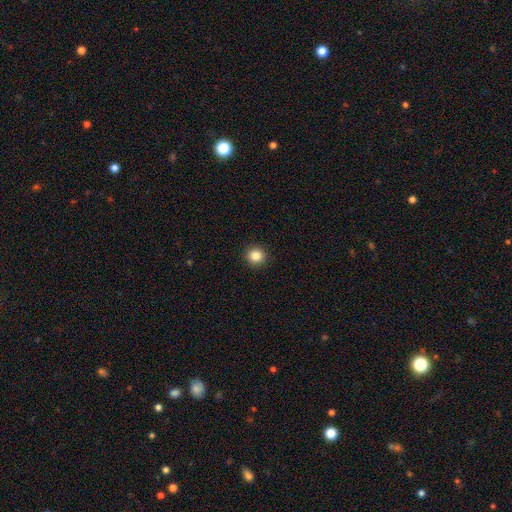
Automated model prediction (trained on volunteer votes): A smooth galaxy with no disk features (85%) that is round (92%).

Vote fractions:
- Smooth or featured? smooth: 85% / star or artifact: 11% / featured or disk: 4%
- How rounded? round: 92% / in between: 7% / cigar-shaped: 1%
- Merging? none: 93% / minor disturbance: 5% / major disturbance: 2% / merger: 1%